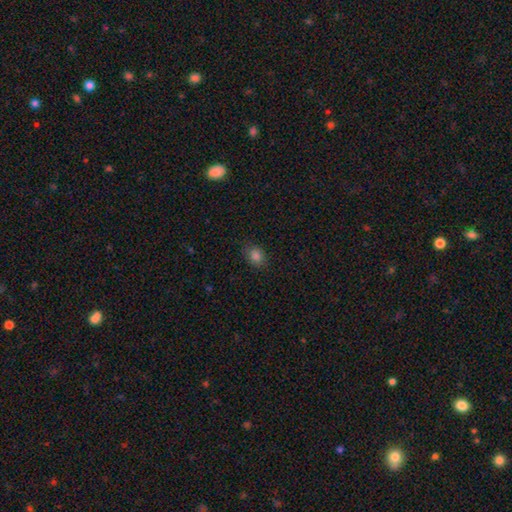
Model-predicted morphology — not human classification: A smooth galaxy with no disk features (81%) that is in between round and cigar-shaped (57%). Merging: none (83%).